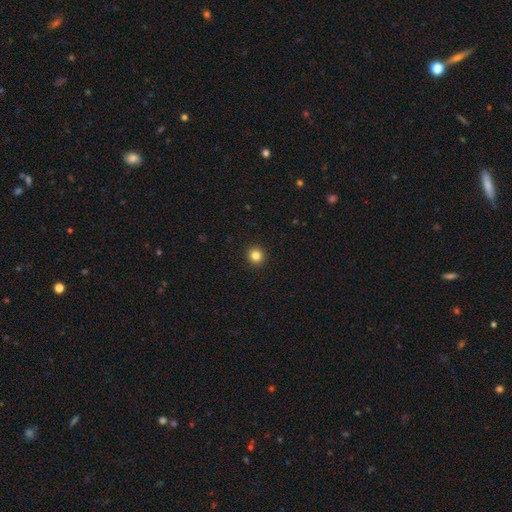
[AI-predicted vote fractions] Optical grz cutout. It shows a smooth galaxy with no disk features (84%) that is round (94%). Merging: none (94%).